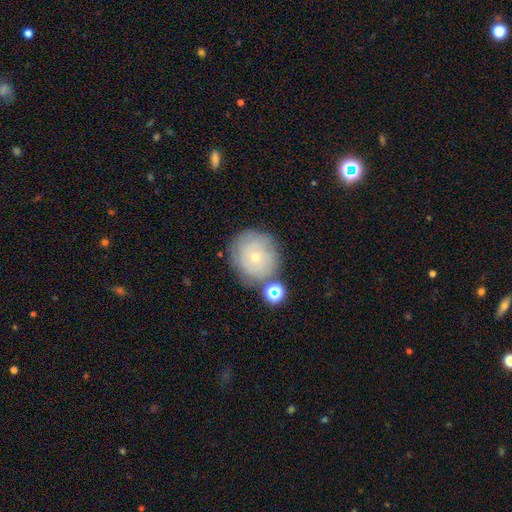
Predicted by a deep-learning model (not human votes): Smooth or featured? featured or disk (48%)
Merging? none (78%)